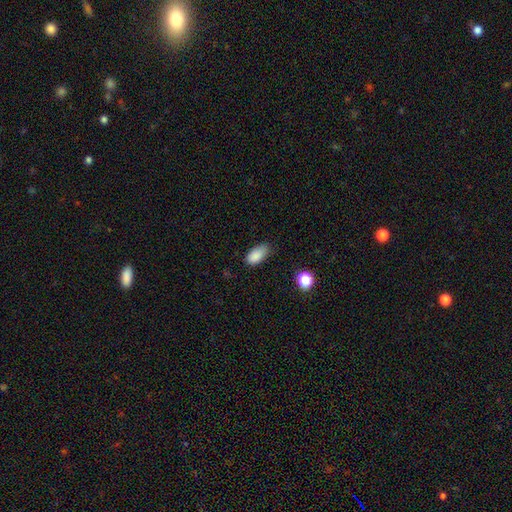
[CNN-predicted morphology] smooth 86%, star or artifact 9%, featured or disk 5%. Down the decision tree: how rounded — in between (92%); merging — none (65%).